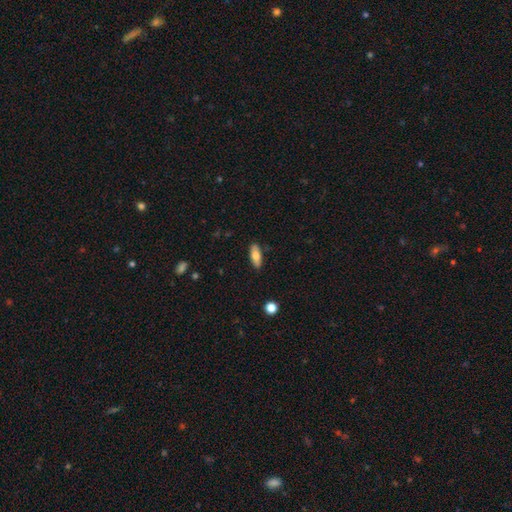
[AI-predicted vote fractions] The model was most divided on "how rounded": in between: 73%, cigar-shaped: 25%, round: 2%. More confident: merging — none (87%); smooth or featured — smooth (76%).